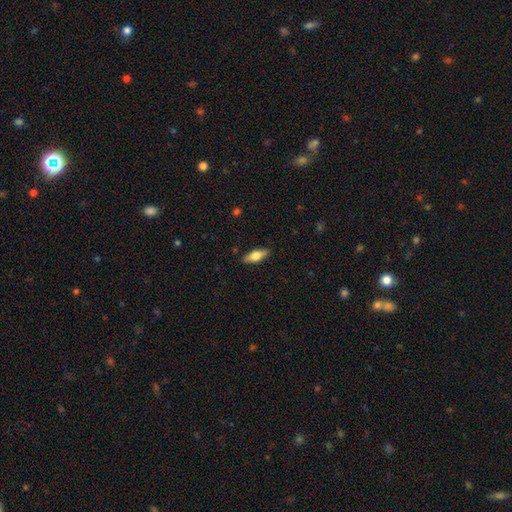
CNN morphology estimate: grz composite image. It shows a smooth galaxy with no disk features (63%) that is in between round and cigar-shaped (72%). Merging: none (88%).